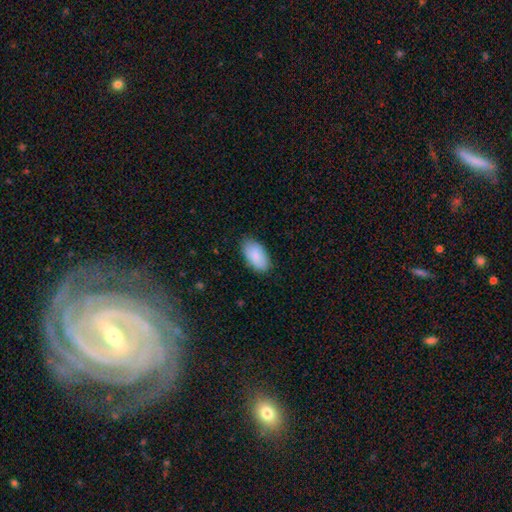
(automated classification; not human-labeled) smooth-or-featured: smooth: 89% | star or artifact: 6% | featured or disk: 6%
  how-rounded: in between: 96% | round: 2% | cigar-shaped: 2%
  merging: none: 85% | minor disturbance: 12% | major disturbance: 2% | merger: 1%